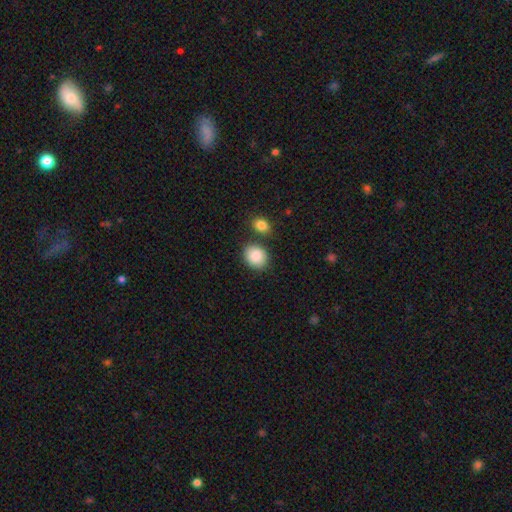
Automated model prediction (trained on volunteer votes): Q: Smooth or featured?
A: smooth (89%); runner-up: star or artifact (7%)
Q: How rounded?
A: round (57%); runner-up: in between (42%)
Q: Merging?
A: none (75%); runner-up: minor disturbance (12%)